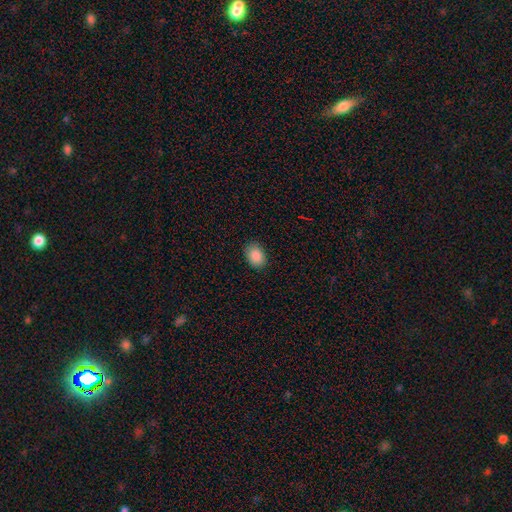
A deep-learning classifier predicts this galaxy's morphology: smooth-or-featured: smooth: 89% | star or artifact: 8% | featured or disk: 3%
  how-rounded: in between: 74% | round: 25% | cigar-shaped: 1%
  merging: none: 87% | minor disturbance: 10% | major disturbance: 2% | merger: 1%